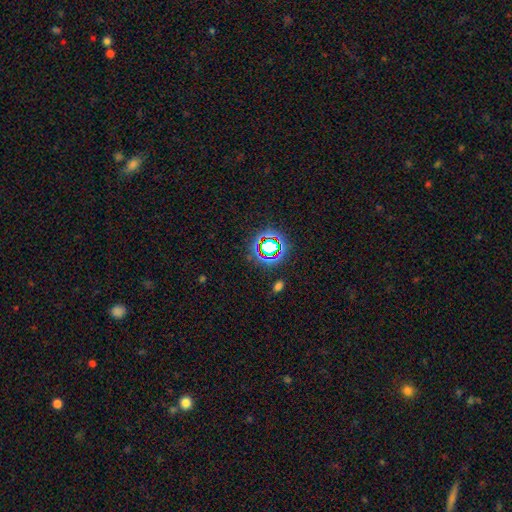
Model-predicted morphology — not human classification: Q: Smooth or featured?
A: star or artifact (70%); runner-up: smooth (19%)